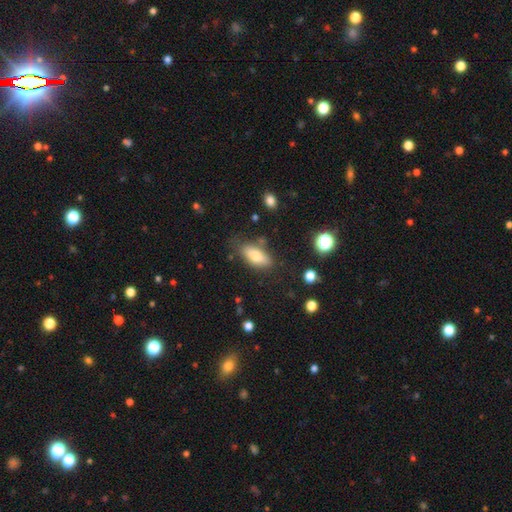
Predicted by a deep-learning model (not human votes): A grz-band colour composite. It shows a smooth galaxy with no disk features (75%) that is in between round and cigar-shaped (80%). Merging: none (74%).